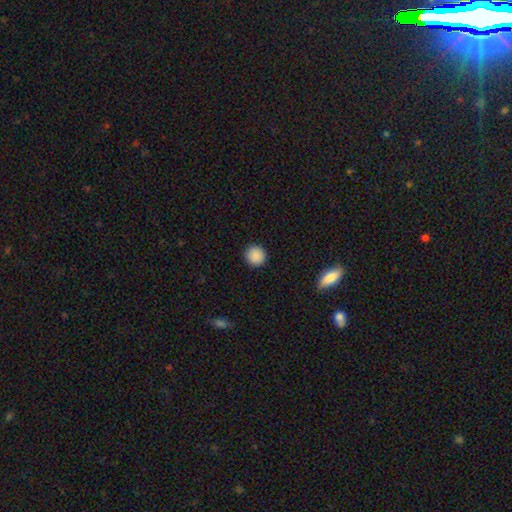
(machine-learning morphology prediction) Smooth or featured?
  - smooth: 89% *
  - star or artifact: 9%
  - featured or disk: 2%
How rounded?
  - round: 94% *
  - in between: 5%
  - cigar-shaped: 1%
Merging?
  - none: 92% *
  - minor disturbance: 5%
  - major disturbance: 2%
  - merger: 1%